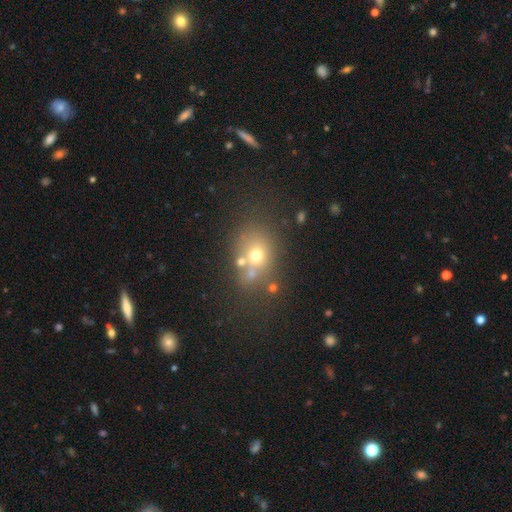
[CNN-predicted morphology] This is likely a smooth galaxy (60%). How rounded: likely round (62%). Merging: possibly none (55%).